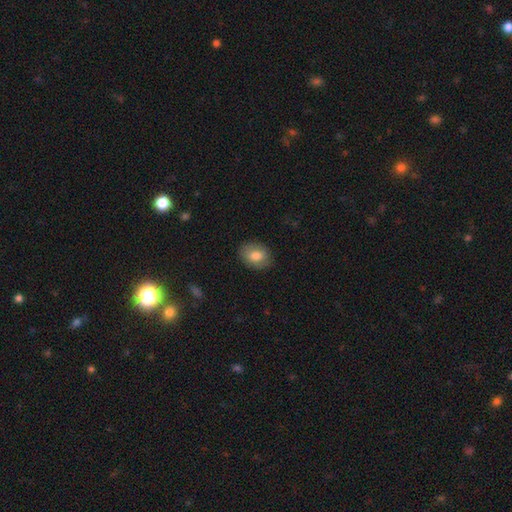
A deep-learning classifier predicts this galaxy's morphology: smooth_or_featured: smooth (p=0.78) [alt: featured or disk p=0.14]
how_rounded: in between (p=0.67) [alt: round p=0.32]
merging: none (p=0.85) [alt: minor disturbance p=0.11]